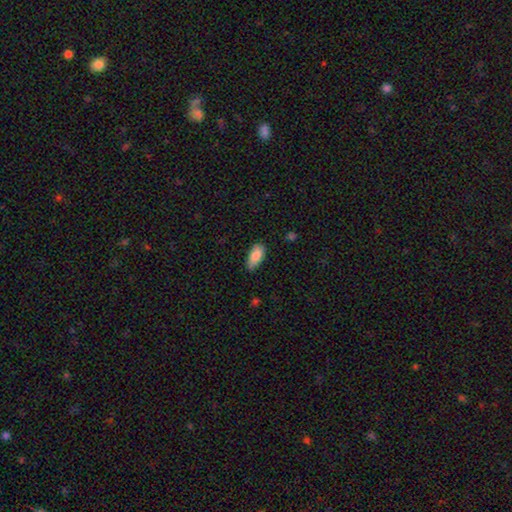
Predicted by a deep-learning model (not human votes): smooth 86%, featured or disk 7%, star or artifact 7%. Down the decision tree: how rounded — in between (89%); merging — none (73%).